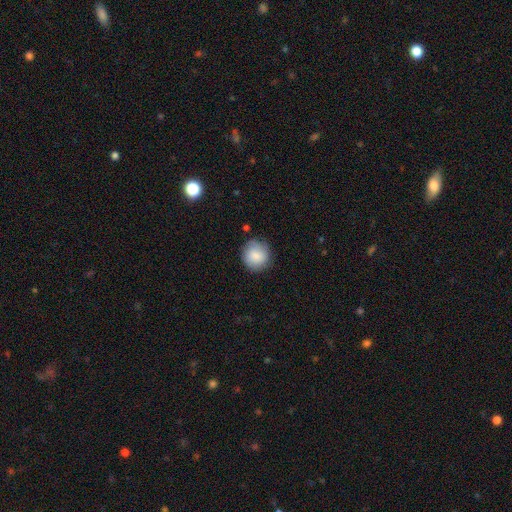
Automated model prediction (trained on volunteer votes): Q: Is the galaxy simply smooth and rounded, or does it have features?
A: smooth — 82%.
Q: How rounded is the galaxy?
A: round — 90%.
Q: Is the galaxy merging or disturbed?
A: none — 79%.